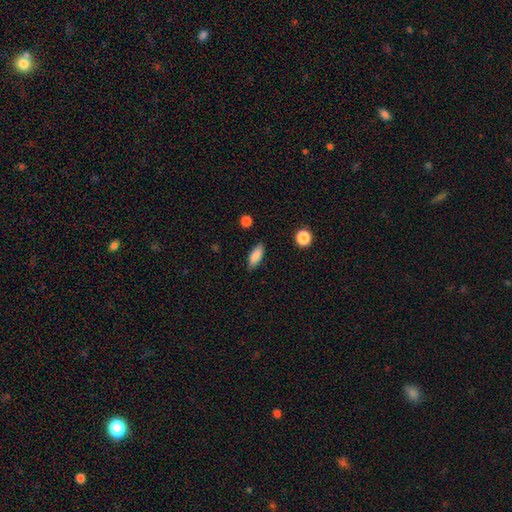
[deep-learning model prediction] Overall: smooth (87%). How rounded: in between (77%). Merging: none (84%).